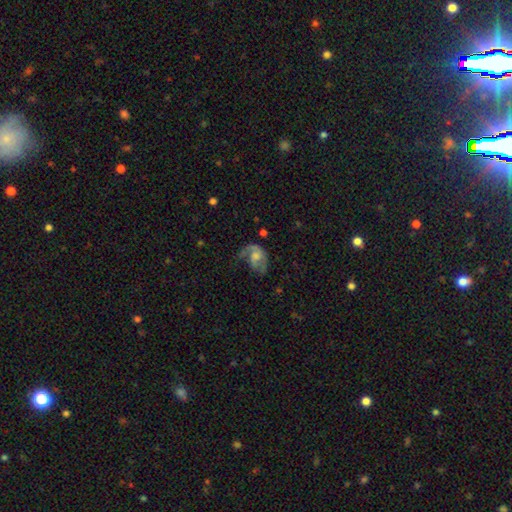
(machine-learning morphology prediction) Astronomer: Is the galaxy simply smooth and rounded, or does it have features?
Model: featured or disk — 66%.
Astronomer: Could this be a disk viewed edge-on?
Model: no — 97%.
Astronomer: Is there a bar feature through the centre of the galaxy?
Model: no — 68%.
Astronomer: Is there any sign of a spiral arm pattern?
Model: yes — 80%.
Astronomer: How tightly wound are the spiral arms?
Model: medium — 41% (runner-up: loose, 38%).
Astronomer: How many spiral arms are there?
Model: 1 — 43% (runner-up: 2, 41%).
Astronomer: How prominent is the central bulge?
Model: moderate — 47% (runner-up: small, 32%).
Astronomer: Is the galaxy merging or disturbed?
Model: major disturbance — 38% (runner-up: none, 36%).